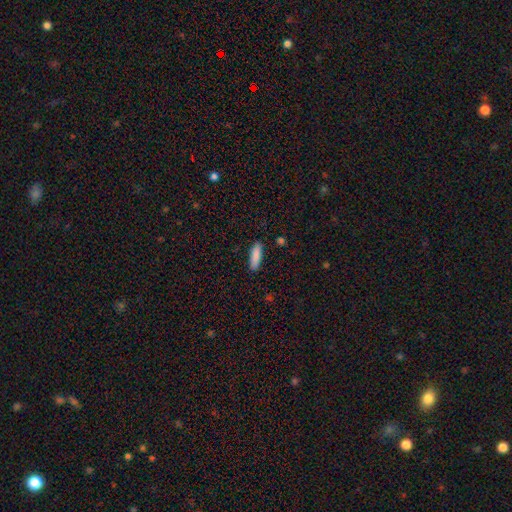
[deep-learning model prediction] Smooth or featured: smooth — 88% (star or artifact — 6%)
How rounded: cigar-shaped — 52% (in between — 46%)
Merging: none — 87% (minor disturbance — 9%)